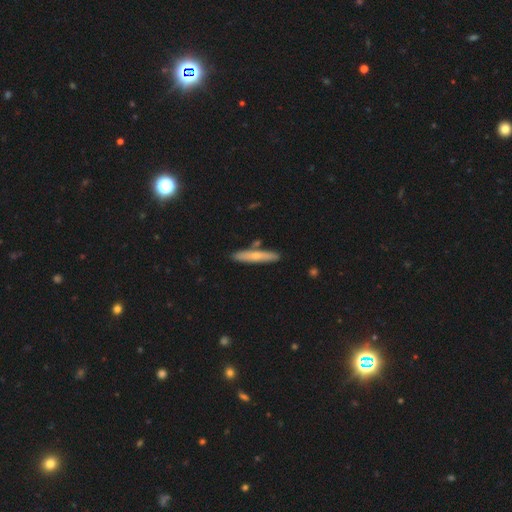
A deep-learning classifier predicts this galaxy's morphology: Overall: smooth (60%; featured or disk 34%). How rounded: cigar-shaped (90%). Merging: none (82%).